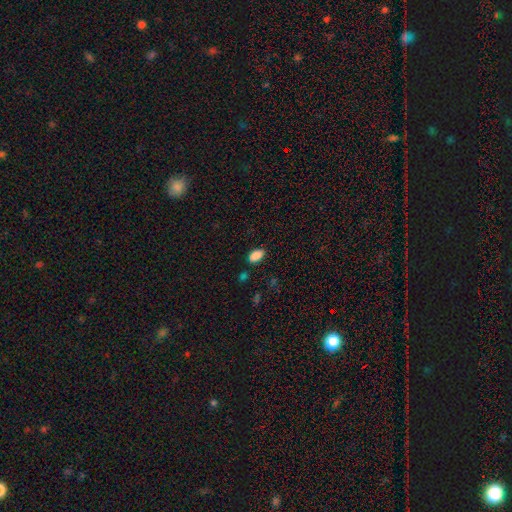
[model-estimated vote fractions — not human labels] The model was most divided on "merging": none: 81%, minor disturbance: 14%, major disturbance: 3%, merger: 3%. More confident: how rounded — in between (92%); smooth or featured — smooth (87%).